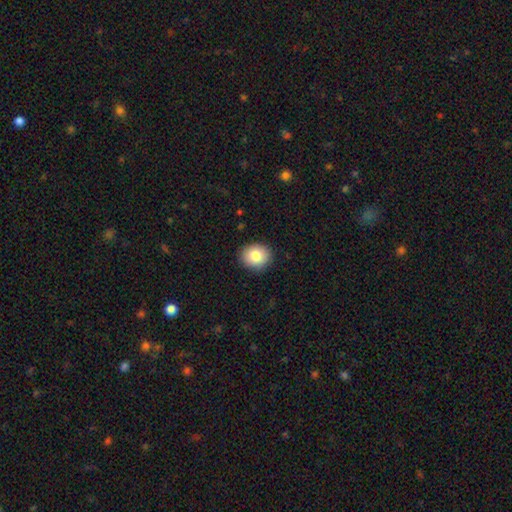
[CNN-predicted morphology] The model was most divided on "how rounded": round: 70%, in between: 29%, cigar-shaped: 1%. More confident: merging — none (89%); smooth or featured — smooth (83%).